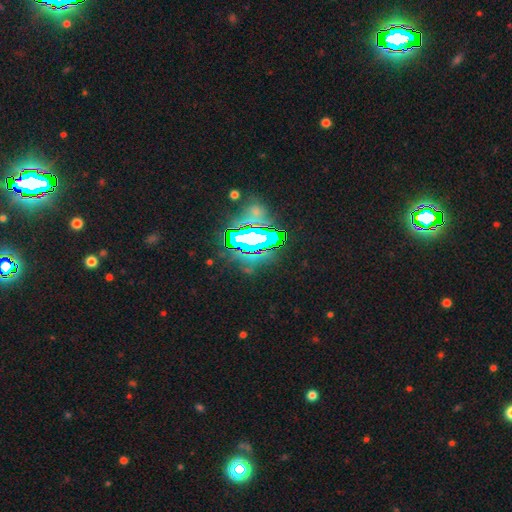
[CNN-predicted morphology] A star or artifact, not a galaxy (77%).